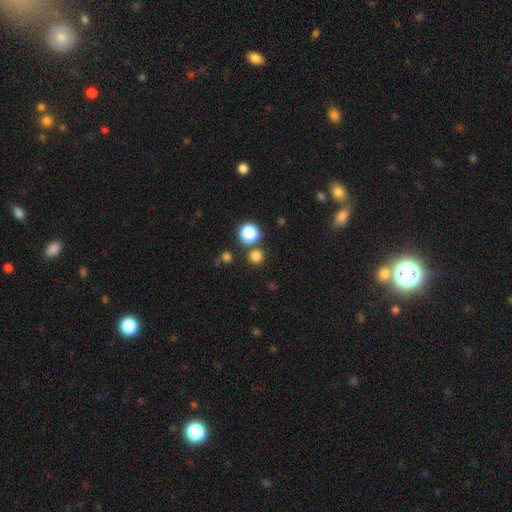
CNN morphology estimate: Q: Smooth or featured?
A: smooth (77%); runner-up: star or artifact (19%)
Q: How rounded?
A: round (93%); runner-up: in between (6%)
Q: Merging?
A: none (82%); runner-up: merger (9%)